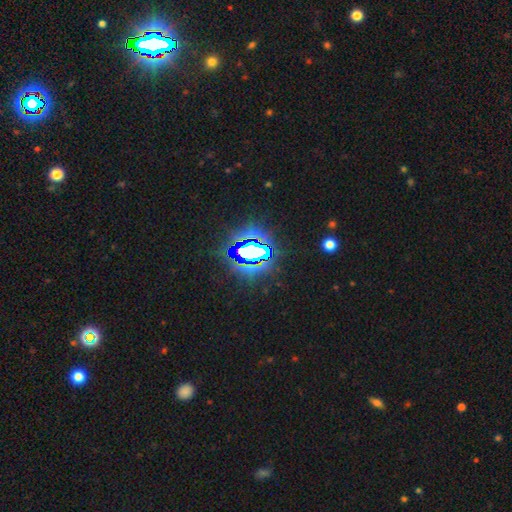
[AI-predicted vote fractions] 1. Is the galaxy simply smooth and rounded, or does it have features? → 72% star or artifact, 15% smooth, 13% featured or disk.